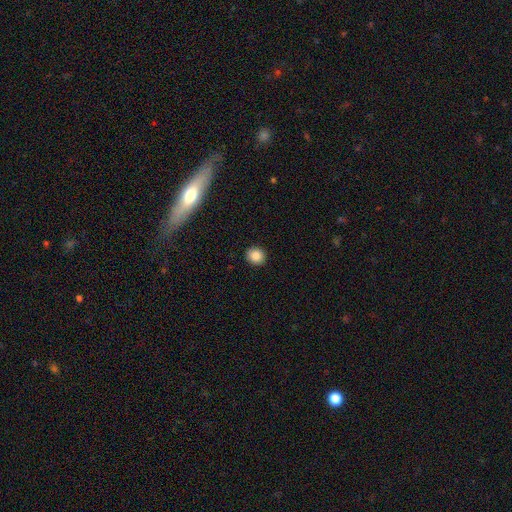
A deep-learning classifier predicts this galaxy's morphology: A smooth galaxy with no disk features (87%) that is round (86%).

Vote fractions:
- Smooth or featured? smooth: 87% / star or artifact: 10% / featured or disk: 4%
- How rounded? round: 86% / in between: 13% / cigar-shaped: 1%
- Merging? none: 91% / minor disturbance: 6% / major disturbance: 2% / merger: 1%